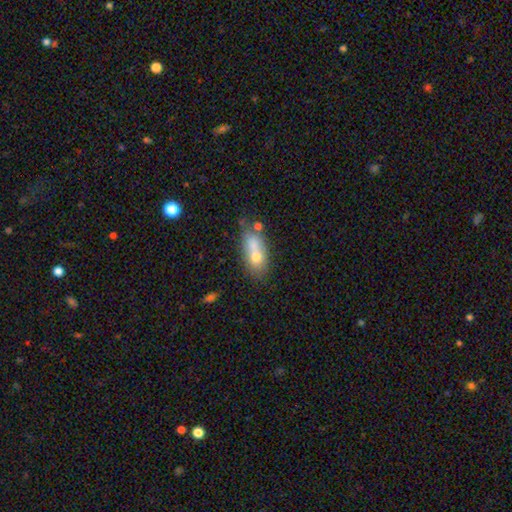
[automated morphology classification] Smooth or featured: smooth — 66% (featured or disk — 25%)
How rounded: in between — 75% (round — 15%)
Merging: merger — 46% (none — 34%)